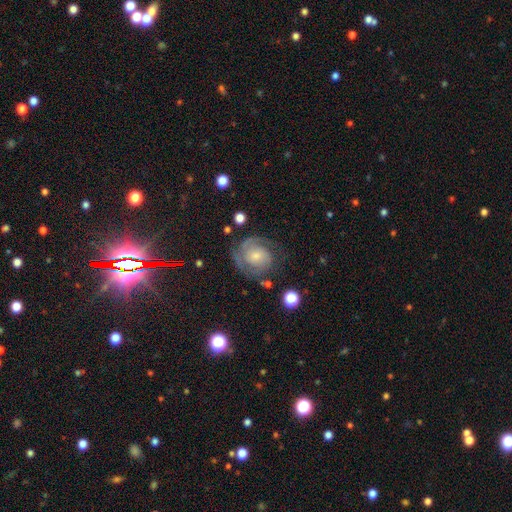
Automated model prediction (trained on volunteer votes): Overall: featured or disk (72%). Edge-on disk: no (98%). Bar: no (69%). Spiral arms: yes (89%). Spiral arm count: 2 (48%; can't tell 27%). Spiral winding: tight (56%; medium 33%). Bulge size: small (58%; moderate 31%). Merging: none (66%).